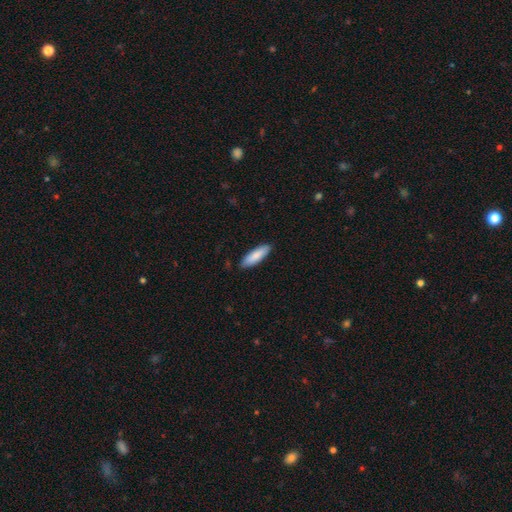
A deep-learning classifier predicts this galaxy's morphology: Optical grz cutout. It shows a smooth galaxy with no disk features (85%) that is cigar-shaped (52%). Merging: none (87%).